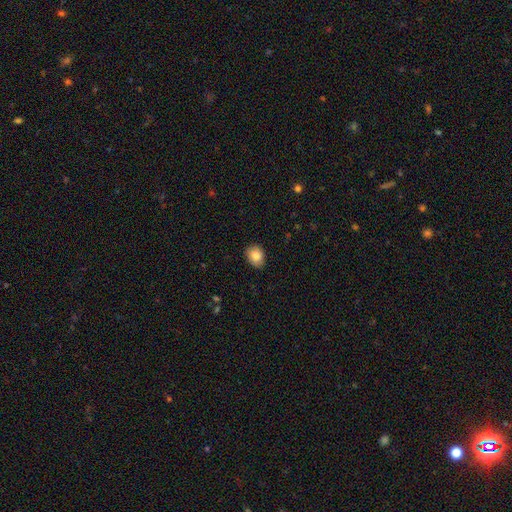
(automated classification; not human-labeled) Q: Smooth or featured?
A: smooth (87%); runner-up: star or artifact (8%)
Q: How rounded?
A: in between (56%); runner-up: round (43%)
Q: Merging?
A: none (85%); runner-up: minor disturbance (11%)